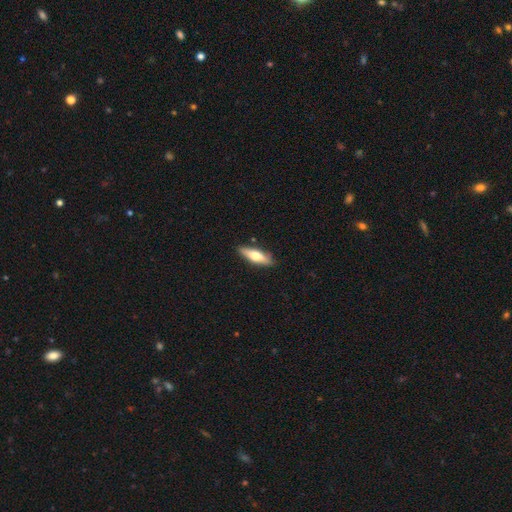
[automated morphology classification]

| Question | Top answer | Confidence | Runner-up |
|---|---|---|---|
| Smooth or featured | smooth | 57% | featured or disk (37%) |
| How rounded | cigar-shaped | 54% | in between (44%) |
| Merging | none | 87% | minor disturbance (10%) |